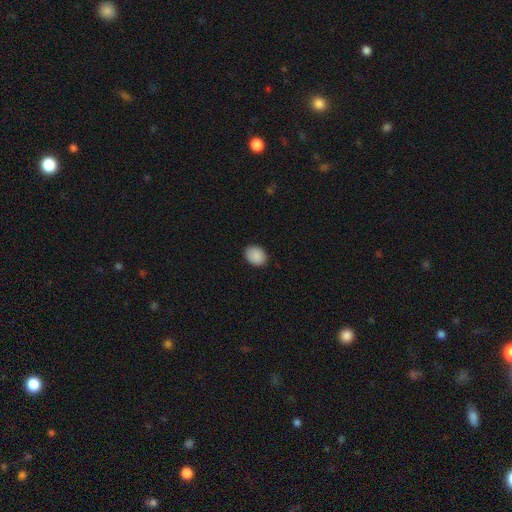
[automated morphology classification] This is clearly a smooth galaxy (90%). How rounded: possibly in between (55%). Merging: clearly none (88%).